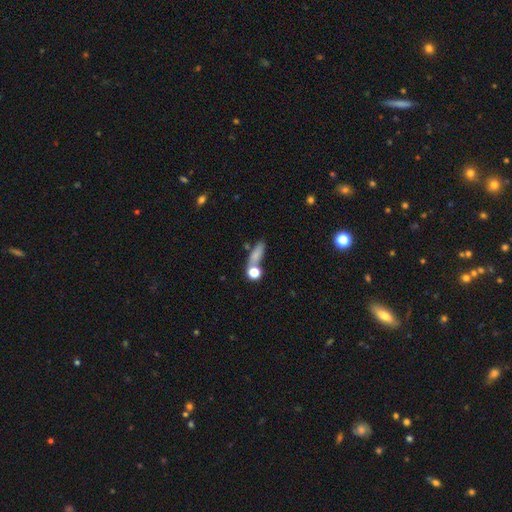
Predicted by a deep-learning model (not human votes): Smooth or featured? smooth (73%)
How rounded? cigar-shaped (44%)
Merging? none (59%)